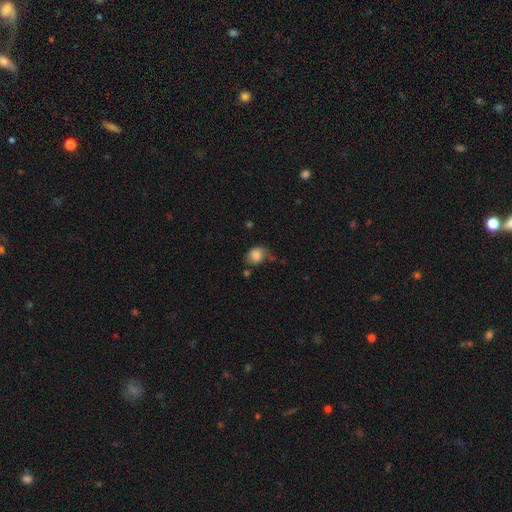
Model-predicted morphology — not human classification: smooth 82%, star or artifact 9%, featured or disk 9%. Down the decision tree: how rounded — in between (54%); merging — none (51%).